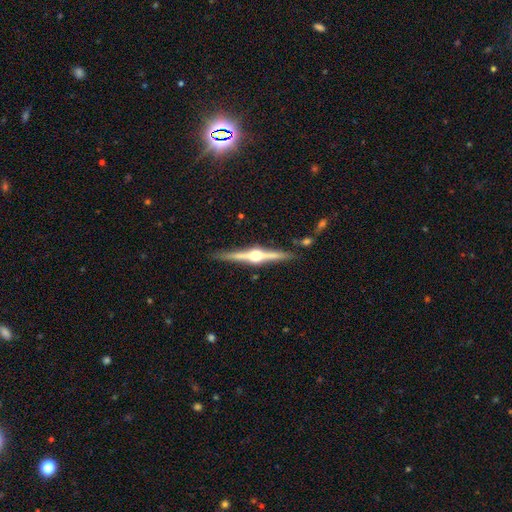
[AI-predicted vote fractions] featured or disk 84%, smooth 11%, star or artifact 5%. Down the decision tree: edge-on disk — yes (98%); edge-on bulge — rounded (96%); merging — none (88%).